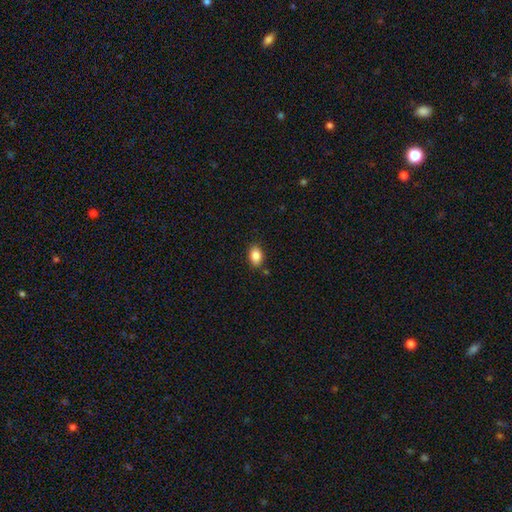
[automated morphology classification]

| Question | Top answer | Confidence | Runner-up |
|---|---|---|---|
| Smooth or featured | smooth | 86% | star or artifact (8%) |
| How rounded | in between | 84% | round (14%) |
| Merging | none | 84% | minor disturbance (11%) |